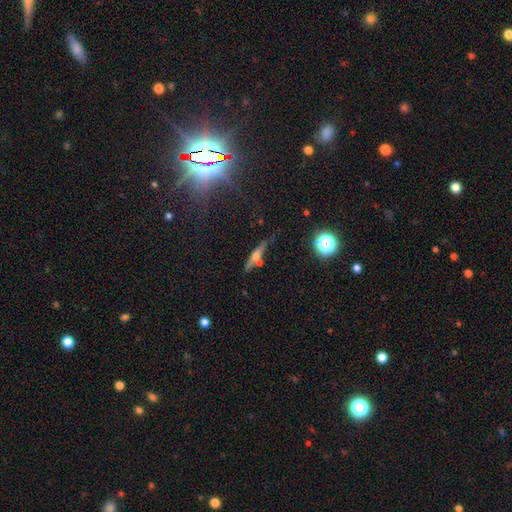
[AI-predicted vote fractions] This is marginally a featured or disk galaxy (45%). Merging: likely none (70%).